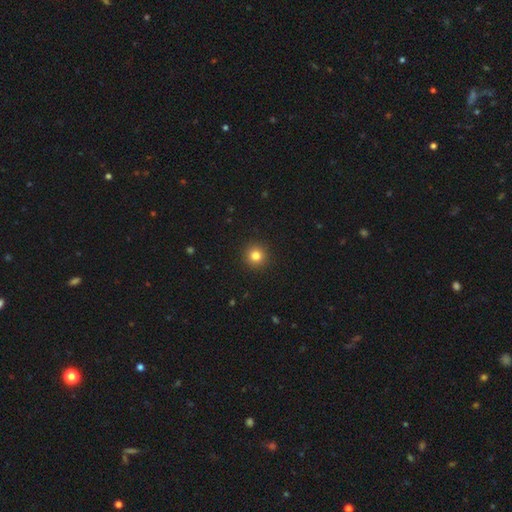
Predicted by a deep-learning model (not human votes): Smooth or featured?
  - smooth: 82% *
  - star or artifact: 12%
  - featured or disk: 6%
How rounded?
  - round: 95% *
  - in between: 4%
  - cigar-shaped: 1%
Merging?
  - none: 93% *
  - minor disturbance: 4%
  - major disturbance: 2%
  - merger: 1%